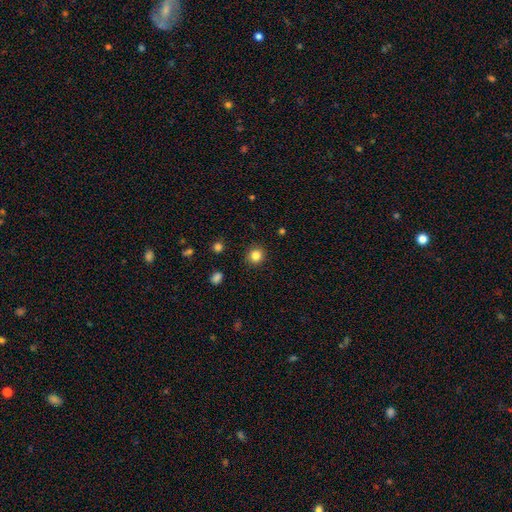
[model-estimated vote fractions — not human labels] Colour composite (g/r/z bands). It shows a smooth galaxy with no disk features (83%) that is round (89%). Merging: none (91%).